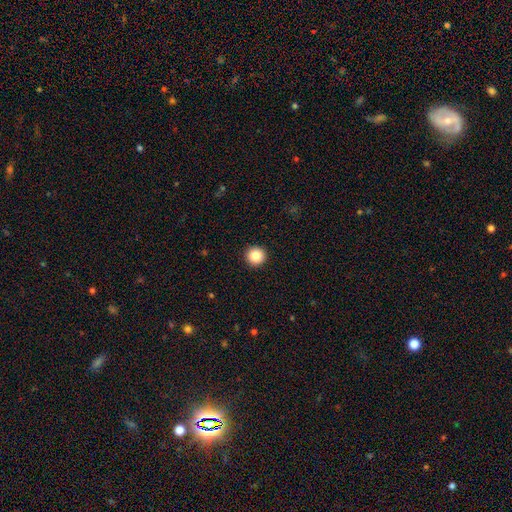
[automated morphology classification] This appears to be a smooth galaxy with no disk features (86%) that is round (96%). Merging: none (94%).